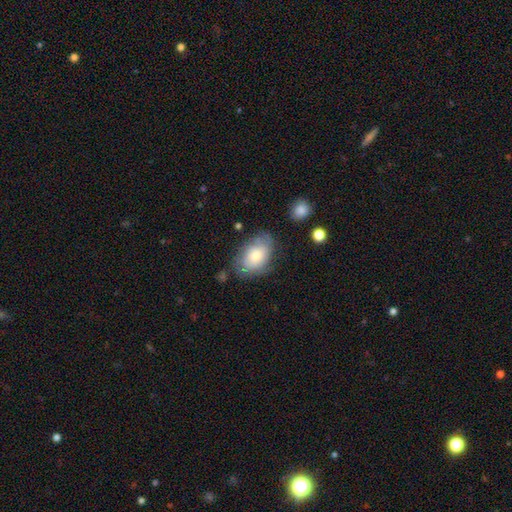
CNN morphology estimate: type=smooth (70%); roundness=in between (88%); merging=none (64%).